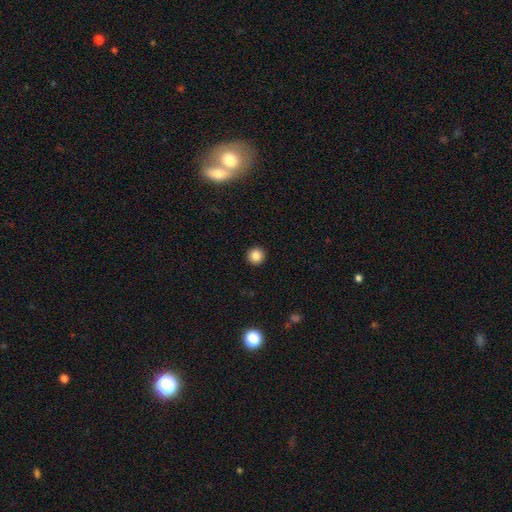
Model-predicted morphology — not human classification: Q: Smooth or featured?
A: smooth (85%); runner-up: star or artifact (11%)
Q: How rounded?
A: round (96%); runner-up: in between (3%)
Q: Merging?
A: none (93%); runner-up: minor disturbance (4%)